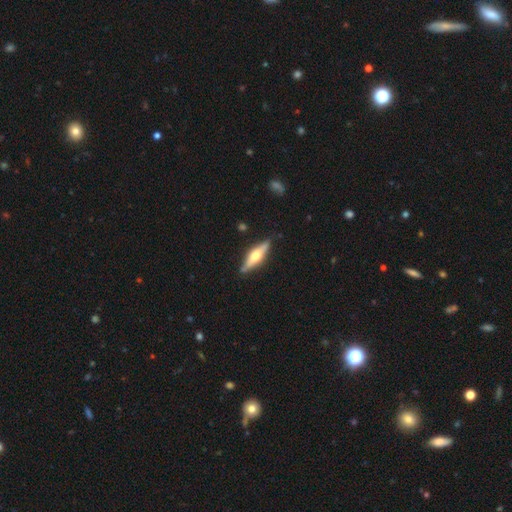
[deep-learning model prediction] Smooth or featured: featured or disk — 60% (smooth — 35%)
Edge-on disk: yes — 93% (no — 7%)
Edge-on bulge: rounded — 90% (boxy — 7%)
Merging: none — 83% (minor disturbance — 13%)